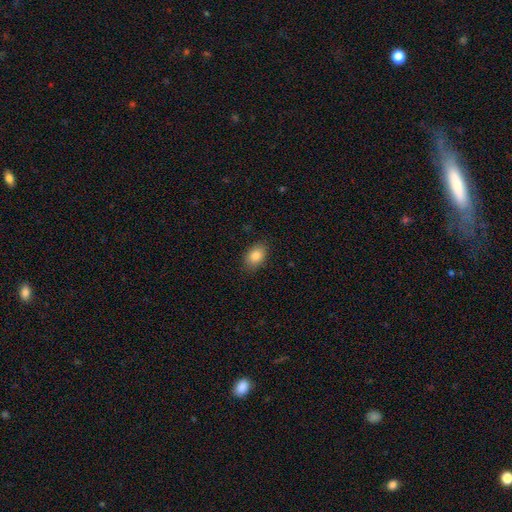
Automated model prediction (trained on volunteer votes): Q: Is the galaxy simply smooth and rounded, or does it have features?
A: smooth — 84%.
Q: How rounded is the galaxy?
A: in between — 82%.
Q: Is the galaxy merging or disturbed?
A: none — 86%.